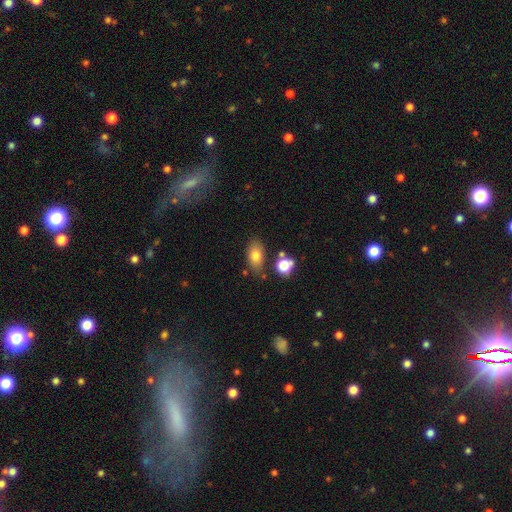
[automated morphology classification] The model was most divided on "merging": none: 75%, minor disturbance: 14%, merger: 8%, major disturbance: 4%. More confident: how rounded — in between (86%); smooth or featured — smooth (77%).